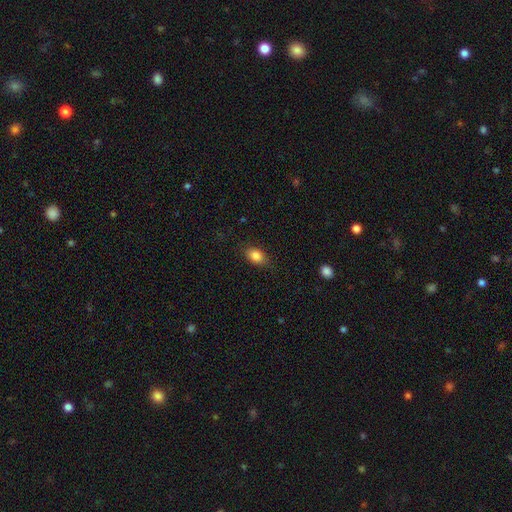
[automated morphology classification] A smooth galaxy with no disk features (85%) that is in between round and cigar-shaped (81%).

Vote fractions:
- Smooth or featured? smooth: 85% / star or artifact: 9% / featured or disk: 6%
- How rounded? in between: 81% / round: 17% / cigar-shaped: 3%
- Merging? none: 81% / minor disturbance: 14% / major disturbance: 4% / merger: 1%